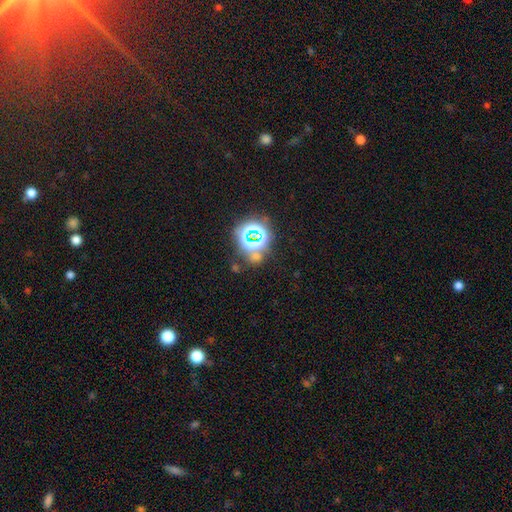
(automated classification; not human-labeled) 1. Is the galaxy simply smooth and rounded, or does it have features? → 60% star or artifact, 31% smooth, 9% featured or disk.